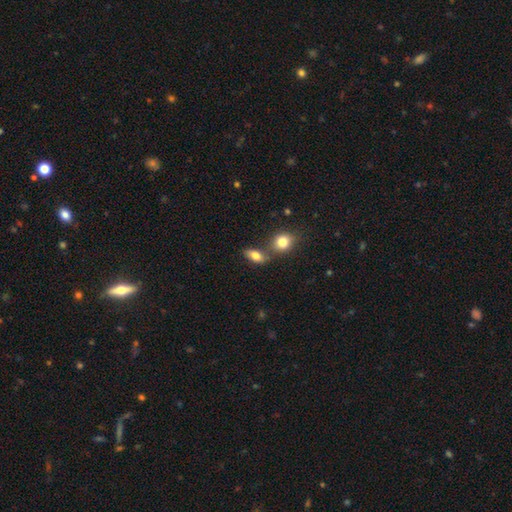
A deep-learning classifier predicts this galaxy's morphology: Smooth or featured? Predicted: smooth (p=0.78). How rounded? Predicted: in between (p=0.81). Merging? Predicted: none (p=0.47).